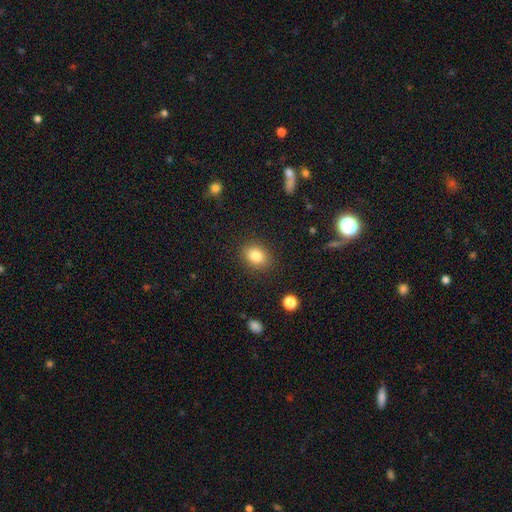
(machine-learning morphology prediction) A smooth galaxy with no disk features (84%) that is in between round and cigar-shaped (65%).

Vote fractions:
- Smooth or featured? smooth: 84% / star or artifact: 9% / featured or disk: 6%
- How rounded? in between: 65% / round: 34% / cigar-shaped: 1%
- Merging? none: 87% / minor disturbance: 9% / major disturbance: 3% / merger: 1%